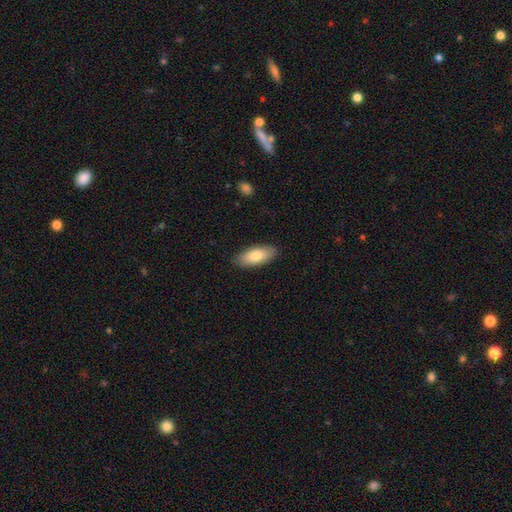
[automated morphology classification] This is clearly a smooth galaxy (80%). How rounded: clearly in between (85%). Merging: clearly none (88%).